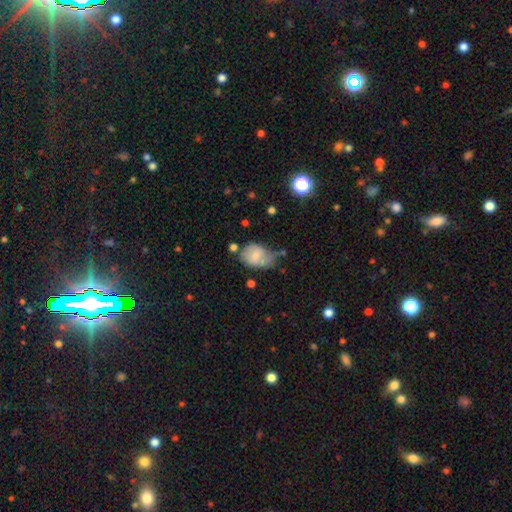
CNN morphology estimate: A smooth galaxy with no disk features (69%) that is in between round and cigar-shaped (73%).

Vote fractions:
- Smooth or featured? smooth: 69% / featured or disk: 23% / star or artifact: 8%
- How rounded? in between: 73% / round: 26% / cigar-shaped: 1%
- Merging? minor disturbance: 38% / none: 35% / major disturbance: 17% / merger: 10%